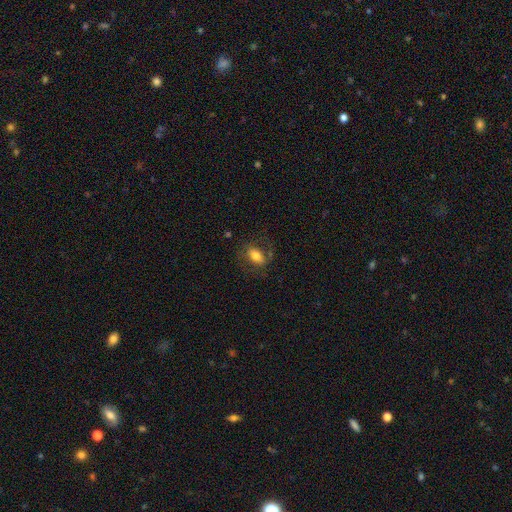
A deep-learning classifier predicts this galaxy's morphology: Smooth or featured?
  - smooth: 65% *
  - featured or disk: 27%
  - star or artifact: 8%
How rounded?
  - in between: 86% *
  - round: 10%
  - cigar-shaped: 4%
Merging?
  - none: 66% *
  - minor disturbance: 19%
  - major disturbance: 14%
  - merger: 2%